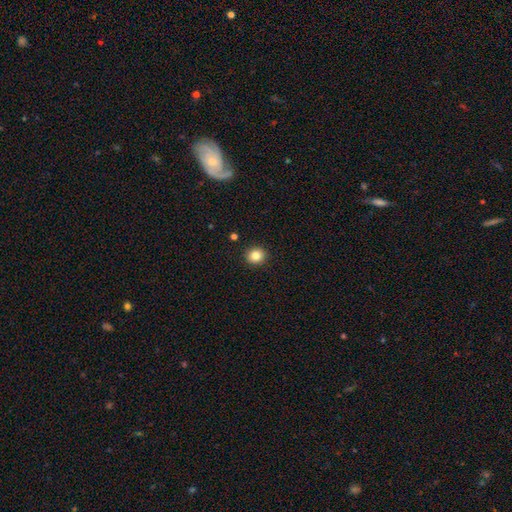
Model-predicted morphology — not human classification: Q: Smooth or featured?
A: smooth (83%); runner-up: star or artifact (11%)
Q: How rounded?
A: round (82%); runner-up: in between (17%)
Q: Merging?
A: none (91%); runner-up: minor disturbance (6%)